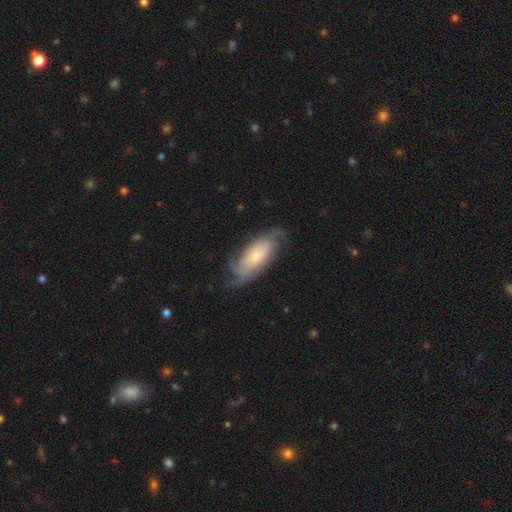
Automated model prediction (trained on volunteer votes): featured or disk 73%, smooth 21%, star or artifact 6%. Down the decision tree: edge-on disk — no (91%); bar — no (71%); spiral arms — yes (92%); spiral arm count — 2 (40%); spiral winding — tight (41%); bulge size — small (56%); merging — none (65%).